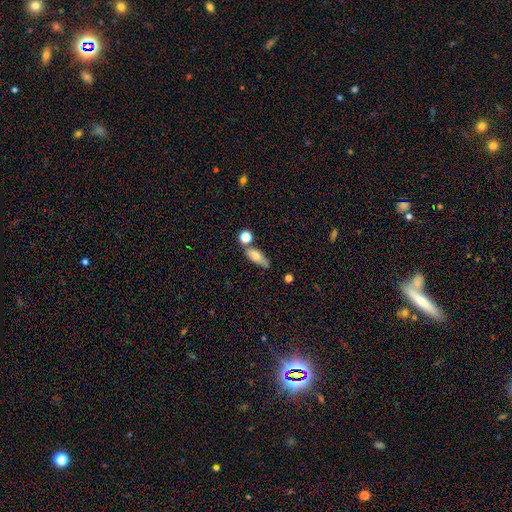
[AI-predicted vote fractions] The model was most divided on "merging": none: 55%, minor disturbance: 22%, merger: 17%, major disturbance: 7%. More confident: smooth or featured — smooth (75%); how rounded — in between (74%).